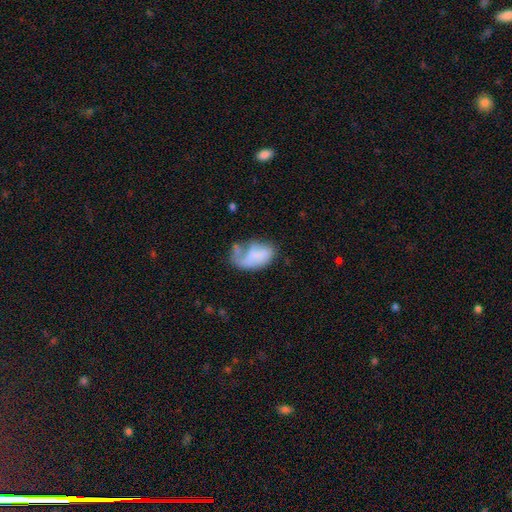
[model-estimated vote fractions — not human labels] Morphology: type=smooth (58%); roundness=in between (90%); merging=major disturbance (37%).